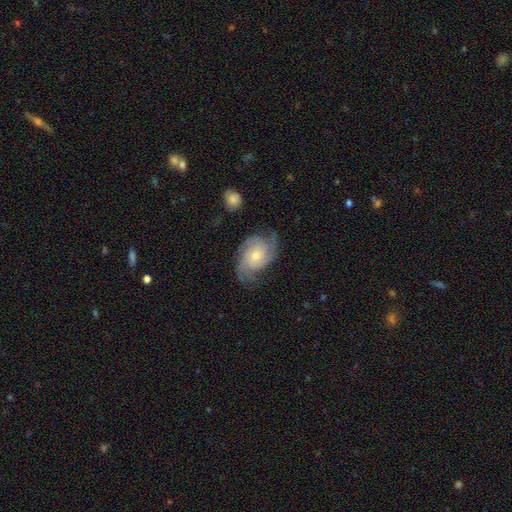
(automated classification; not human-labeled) Smooth or featured: featured or disk — 83% (smooth — 11%)
Edge-on disk: no — 97% (yes — 3%)
Bar: no — 73% (weak — 24%)
Spiral arms: yes — 97% (no — 3%)
Spiral winding: tight — 48% (medium — 41%)
Spiral arm count: 3 — 38% (4 — 18%)
Bulge size: small — 51% (moderate — 43%)
Merging: none — 69% (minor disturbance — 20%)